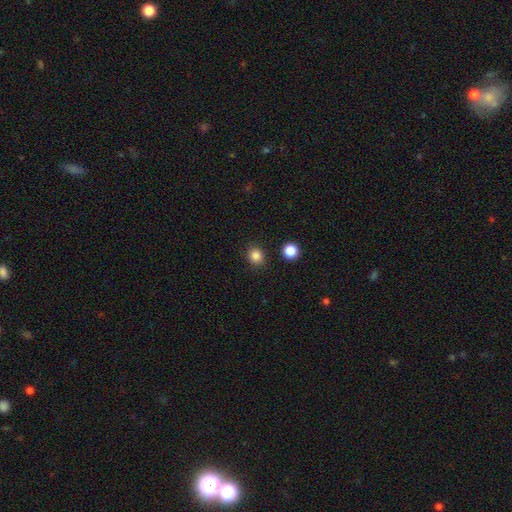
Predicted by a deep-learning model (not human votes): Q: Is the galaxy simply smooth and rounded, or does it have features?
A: smooth — 84%.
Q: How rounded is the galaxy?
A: round — 76%.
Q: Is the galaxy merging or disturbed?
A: none — 89%.